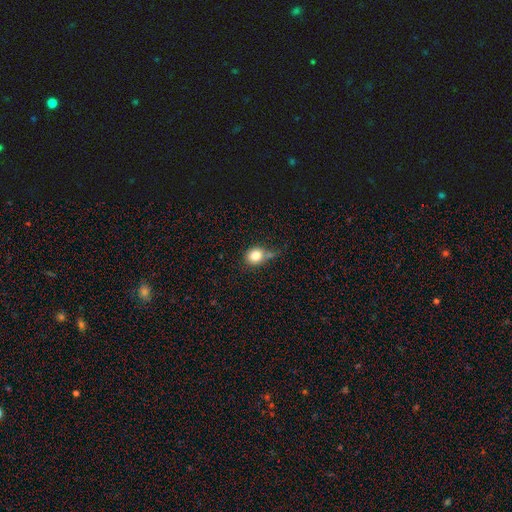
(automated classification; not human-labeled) smooth_or_featured: smooth (p=0.82) [alt: star or artifact p=0.10]
how_rounded: round (p=0.69) [alt: in between p=0.30]
merging: none (p=0.51) [alt: minor disturbance p=0.29]